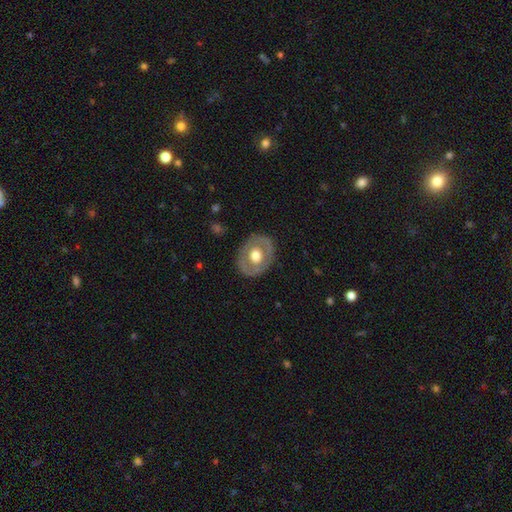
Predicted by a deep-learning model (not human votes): Overall: featured or disk (48%; smooth 46%). Merging: none (82%).